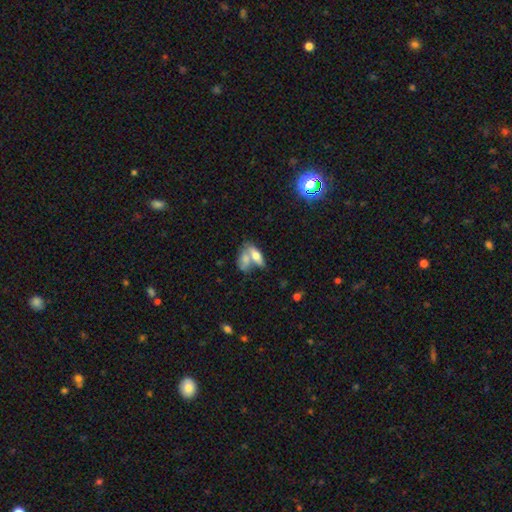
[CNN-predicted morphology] Q: Smooth or featured?
A: smooth (61%); runner-up: featured or disk (31%)
Q: How rounded?
A: in between (76%); runner-up: cigar-shaped (18%)
Q: Merging?
A: merger (57%); runner-up: none (28%)